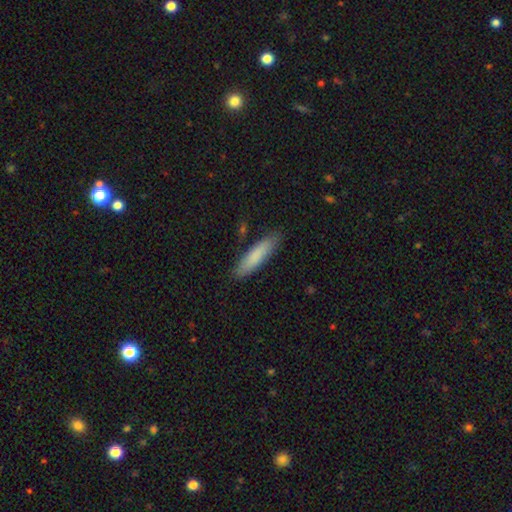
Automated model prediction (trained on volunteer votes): A smooth galaxy with no disk features (82%) that is cigar-shaped (78%).

Vote fractions:
- Smooth or featured? smooth: 82% / featured or disk: 12% / star or artifact: 6%
- How rounded? cigar-shaped: 78% / in between: 20% / round: 1%
- Merging? none: 85% / minor disturbance: 11% / major disturbance: 2% / merger: 2%